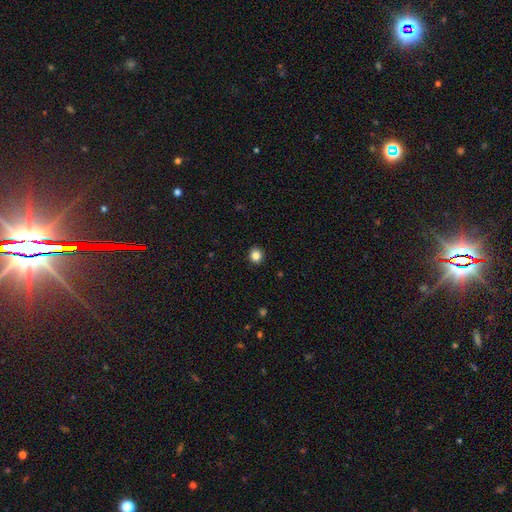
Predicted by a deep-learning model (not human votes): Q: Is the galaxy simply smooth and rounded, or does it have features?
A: smooth — 84%.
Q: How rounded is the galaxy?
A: round — 88%.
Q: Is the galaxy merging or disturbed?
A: none — 92%.